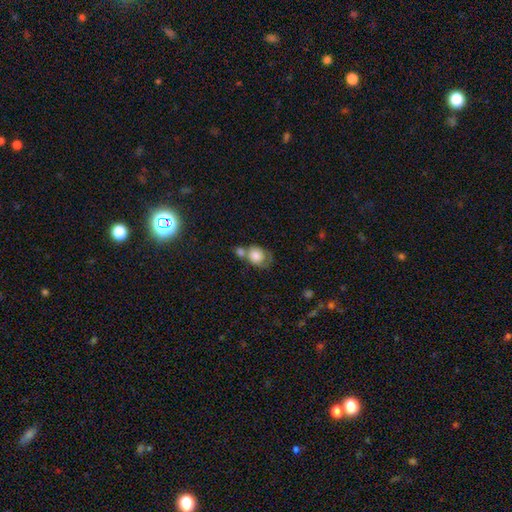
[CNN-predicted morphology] Q: Smooth or featured?
A: smooth (77%); runner-up: featured or disk (15%)
Q: How rounded?
A: round (58%); runner-up: in between (41%)
Q: Merging?
A: merger (46%); runner-up: none (27%)